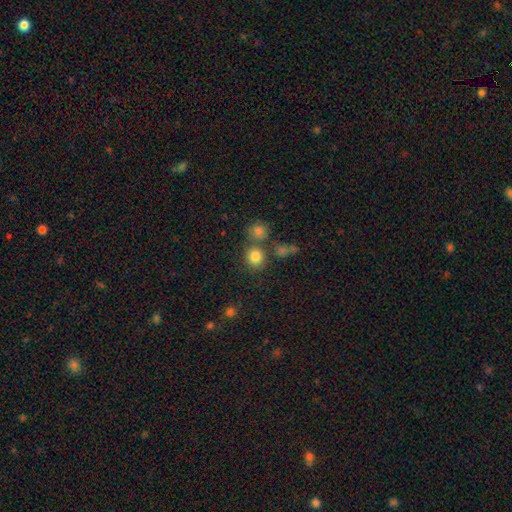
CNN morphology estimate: smooth 81%, star or artifact 13%, featured or disk 7%. Down the decision tree: how rounded — round (85%); merging — none (67%).